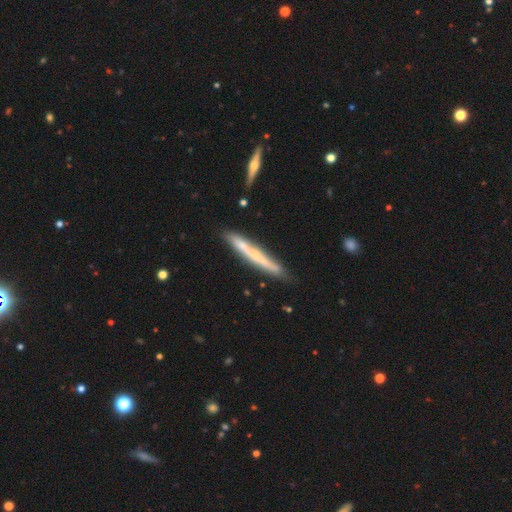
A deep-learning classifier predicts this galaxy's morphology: Smooth or featured? featured or disk (48%)
Merging? none (78%)